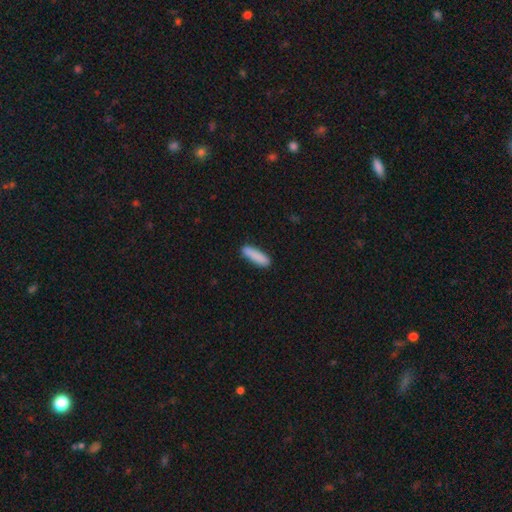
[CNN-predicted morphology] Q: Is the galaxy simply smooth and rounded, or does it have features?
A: smooth — 88%.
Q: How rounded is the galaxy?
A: cigar-shaped — 74%.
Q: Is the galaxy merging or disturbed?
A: none — 84%.